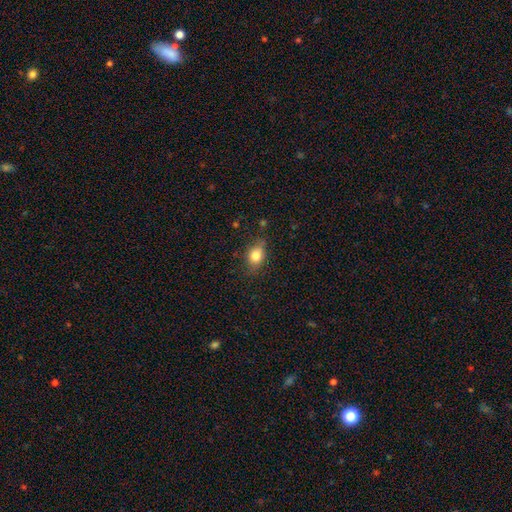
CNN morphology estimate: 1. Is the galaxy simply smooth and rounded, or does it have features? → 80% smooth, 10% star or artifact, 10% featured or disk.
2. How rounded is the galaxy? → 63% in between, 34% round, 2% cigar-shaped.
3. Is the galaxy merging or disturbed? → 73% none, 21% minor disturbance, 4% major disturbance, 2% merger.